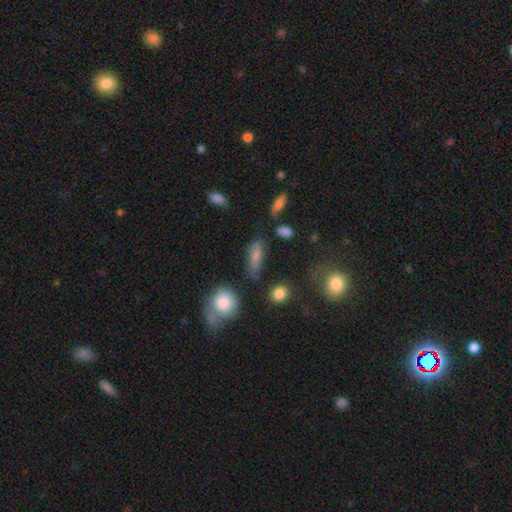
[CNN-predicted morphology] smooth_or_featured: smooth (p=0.71) [alt: featured or disk p=0.19]
how_rounded: in between (p=0.62) [alt: cigar-shaped p=0.32]
merging: none (p=0.62) [alt: minor disturbance p=0.23]